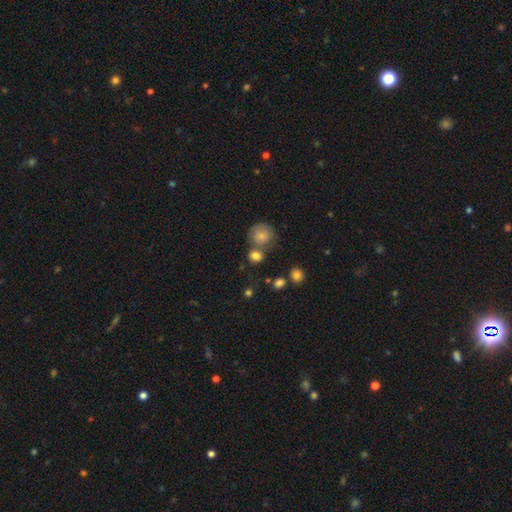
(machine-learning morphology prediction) Q: Smooth or featured?
A: smooth (78%); runner-up: star or artifact (12%)
Q: How rounded?
A: round (73%); runner-up: in between (26%)
Q: Merging?
A: none (53%); runner-up: merger (32%)